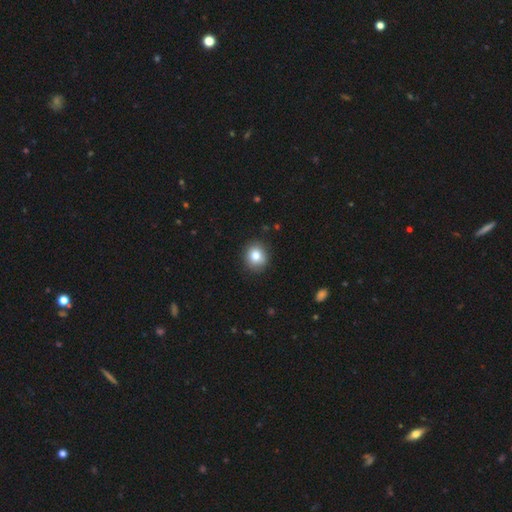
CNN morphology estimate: type=smooth (82%); roundness=round (78%); merging=none (86%).